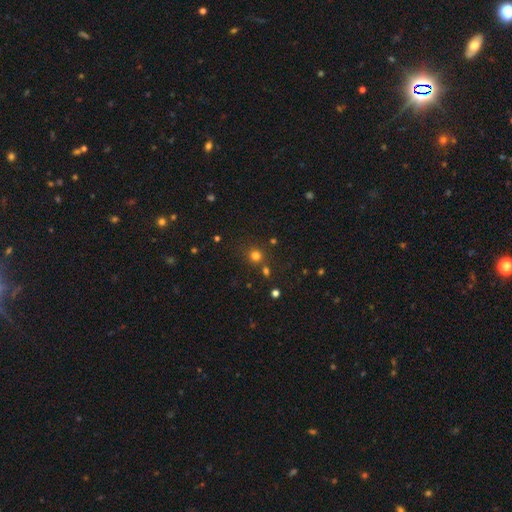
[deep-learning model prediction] Smooth or featured? smooth (74%)
How rounded? round (90%)
Merging? none (77%)